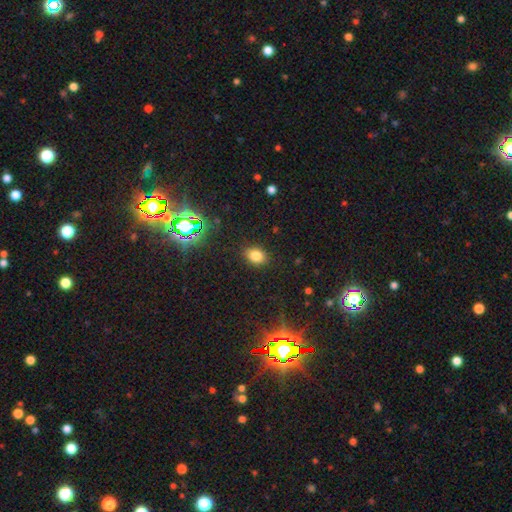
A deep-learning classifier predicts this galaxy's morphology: Overall: smooth (79%). How rounded: in between (67%; round 32%). Merging: none (86%).